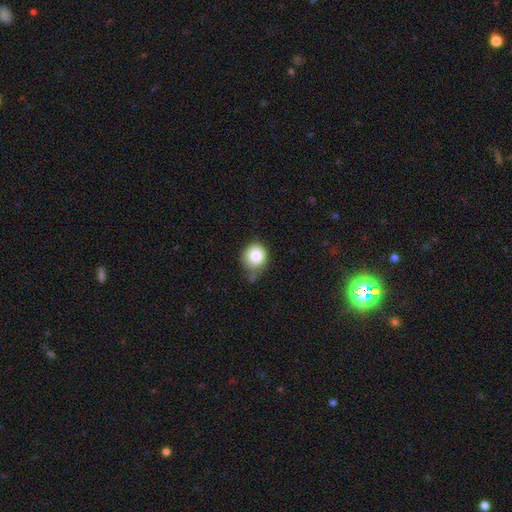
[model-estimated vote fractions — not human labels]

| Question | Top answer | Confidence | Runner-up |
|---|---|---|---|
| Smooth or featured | smooth | 84% | star or artifact (9%) |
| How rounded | round | 86% | in between (13%) |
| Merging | none | 56% | minor disturbance (28%) |